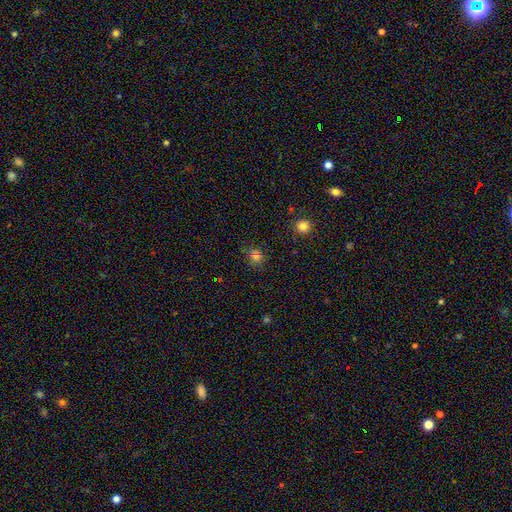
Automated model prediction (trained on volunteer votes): Q: Smooth or featured?
A: smooth (71%); runner-up: star or artifact (22%)
Q: How rounded?
A: round (74%); runner-up: in between (25%)
Q: Merging?
A: none (78%); runner-up: minor disturbance (14%)